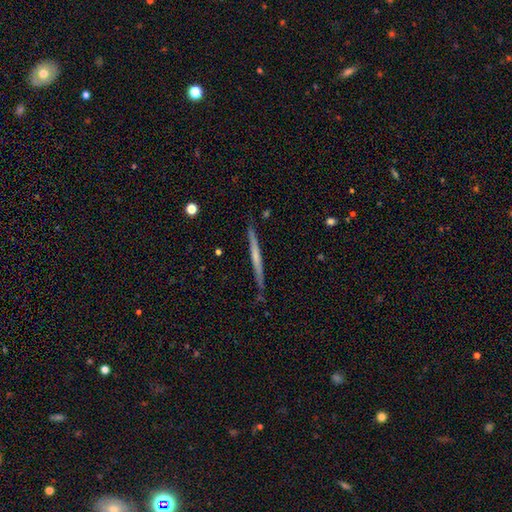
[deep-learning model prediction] Smooth or featured? featured or disk (56%)
Edge-on disk? yes (97%)
Edge-on bulge? none (74%)
Merging? none (87%)